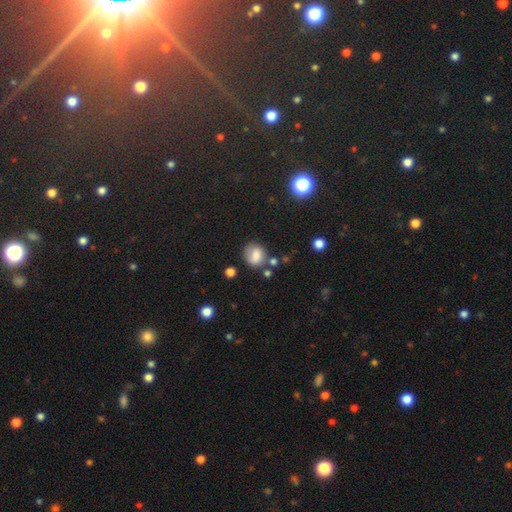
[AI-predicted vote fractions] Overall: smooth (71%). How rounded: round (73%). Merging: none (64%).